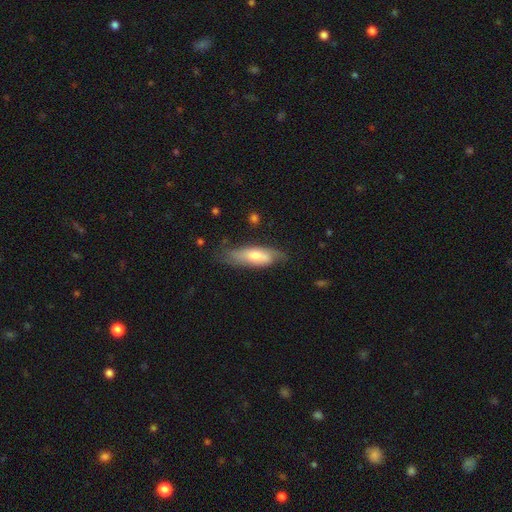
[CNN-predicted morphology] Smooth or featured: featured or disk — 50% (smooth — 44%)
Merging: none — 67% (minor disturbance — 24%)